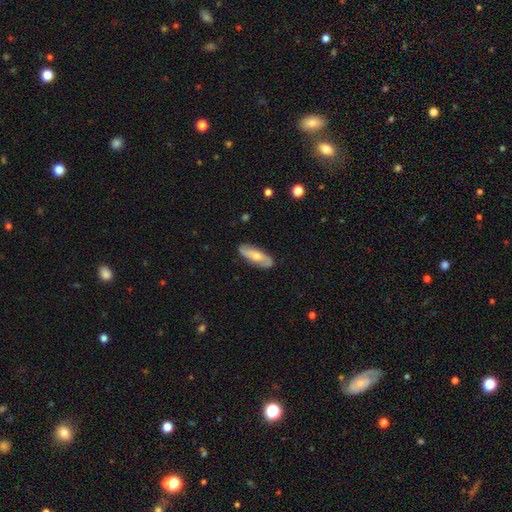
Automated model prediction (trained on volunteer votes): A smooth galaxy with no disk features (49%). Merging: none (85%).